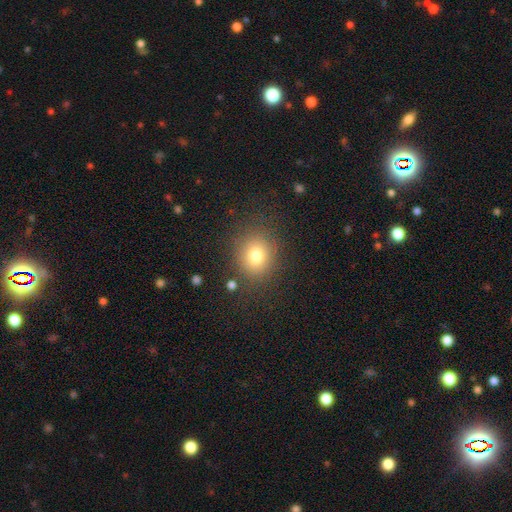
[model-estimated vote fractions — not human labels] This appears to be a smooth galaxy with no disk features (77%) that is round (79%). Merging: none (84%).